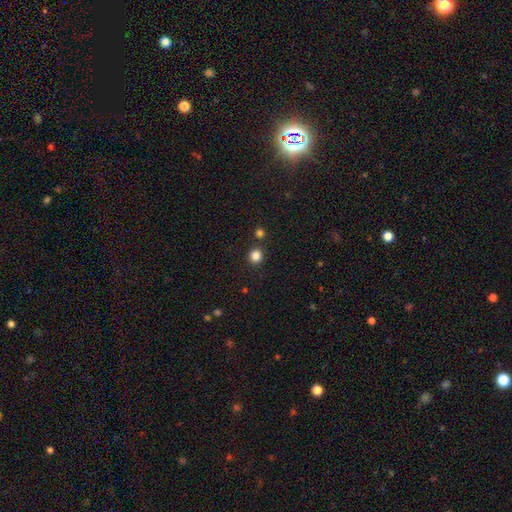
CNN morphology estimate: type=smooth (83%); roundness=round (90%); merging=none (85%).